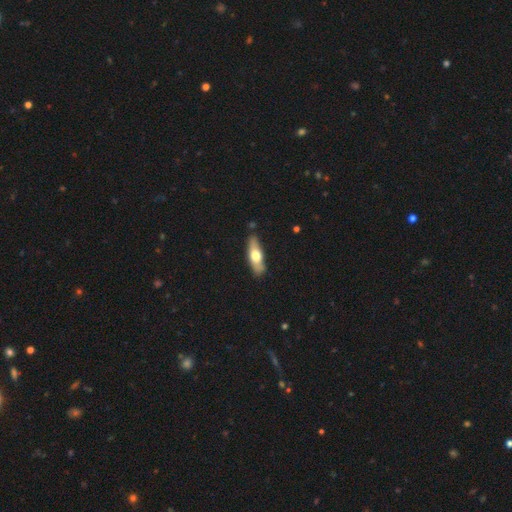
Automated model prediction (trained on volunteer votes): A smooth galaxy with no disk features (55%) that is cigar-shaped (50%).

Vote fractions:
- Smooth or featured? smooth: 55% / featured or disk: 40% / star or artifact: 5%
- How rounded? cigar-shaped: 50% / in between: 48% / round: 3%
- Merging? none: 83% / minor disturbance: 13% / major disturbance: 3% / merger: 2%